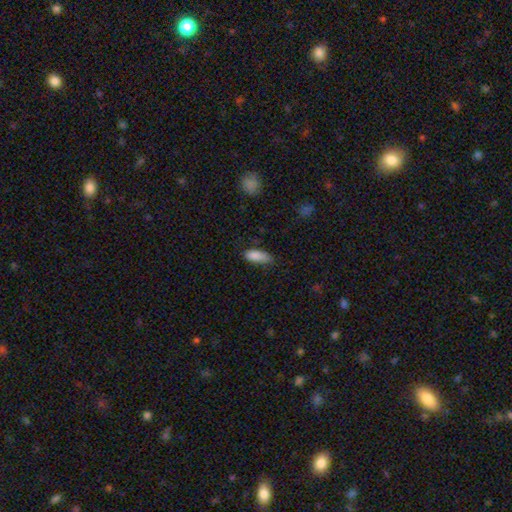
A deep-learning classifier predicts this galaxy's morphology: Smooth or featured? smooth (87%)
How rounded? in between (80%)
Merging? none (60%)